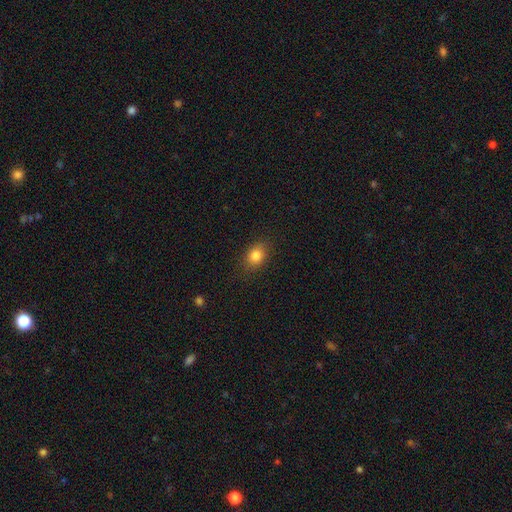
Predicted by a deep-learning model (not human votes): Smooth or featured?
  - smooth: 83% *
  - star or artifact: 10%
  - featured or disk: 7%
How rounded?
  - in between: 61% *
  - round: 37%
  - cigar-shaped: 1%
Merging?
  - none: 84% *
  - minor disturbance: 11%
  - major disturbance: 3%
  - merger: 1%